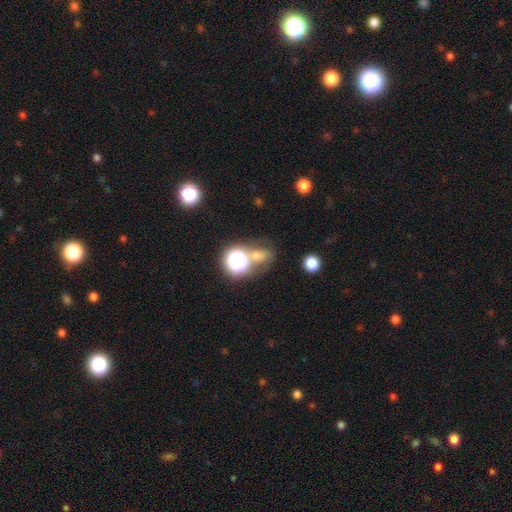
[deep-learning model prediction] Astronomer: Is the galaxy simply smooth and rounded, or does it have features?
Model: smooth — 42%, tied with star or artifact at 42%.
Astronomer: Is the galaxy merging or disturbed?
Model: none — 52%.